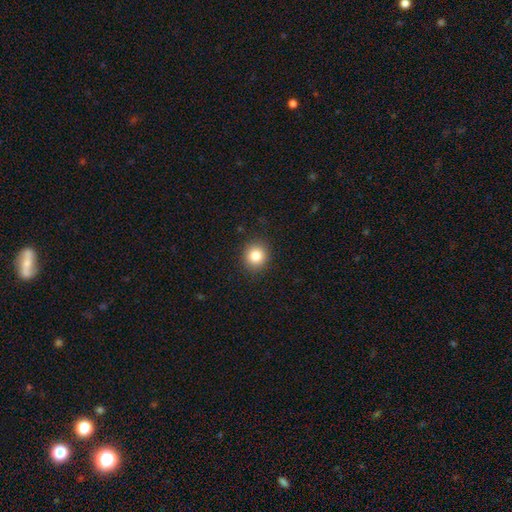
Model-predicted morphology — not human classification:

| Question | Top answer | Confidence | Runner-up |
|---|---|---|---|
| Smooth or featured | smooth | 83% | star or artifact (11%) |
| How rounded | round | 87% | in between (12%) |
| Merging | none | 90% | minor disturbance (7%) |